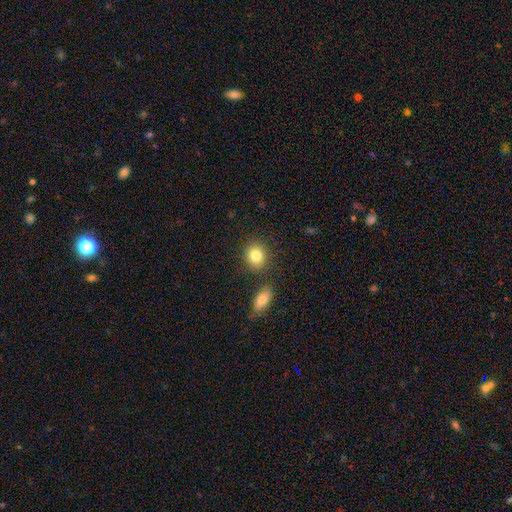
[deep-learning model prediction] Smooth or featured?
  - smooth: 83% *
  - star or artifact: 9%
  - featured or disk: 8%
How rounded?
  - round: 71% *
  - in between: 28%
  - cigar-shaped: 1%
Merging?
  - none: 79% *
  - minor disturbance: 10%
  - merger: 9%
  - major disturbance: 3%